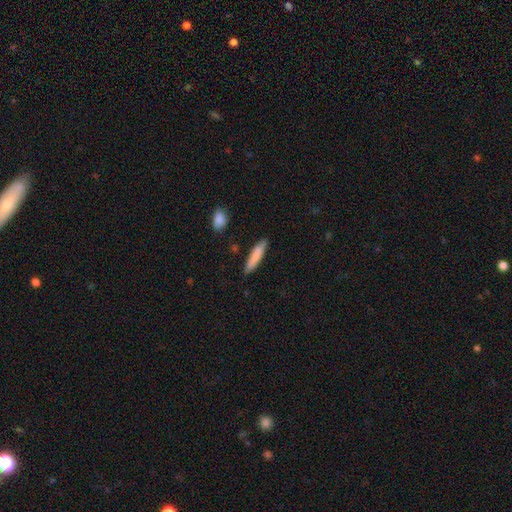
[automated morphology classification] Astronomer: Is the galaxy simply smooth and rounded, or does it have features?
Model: smooth — 82%.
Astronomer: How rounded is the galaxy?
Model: cigar-shaped — 84%.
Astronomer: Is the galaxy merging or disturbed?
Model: none — 84%.